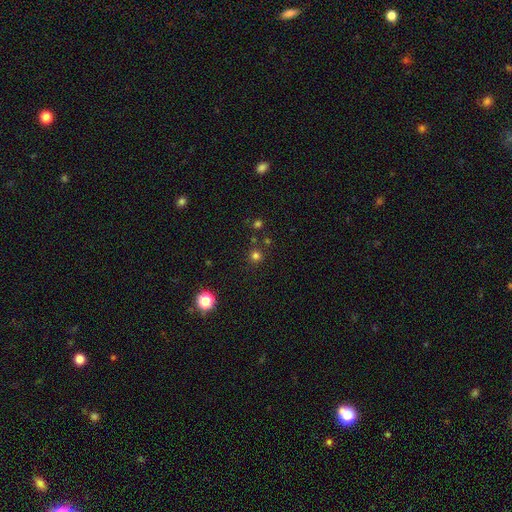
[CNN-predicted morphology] Smooth or featured? Predicted: smooth (p=0.72). How rounded? Predicted: round (p=0.94). Merging? Predicted: none (p=0.84).